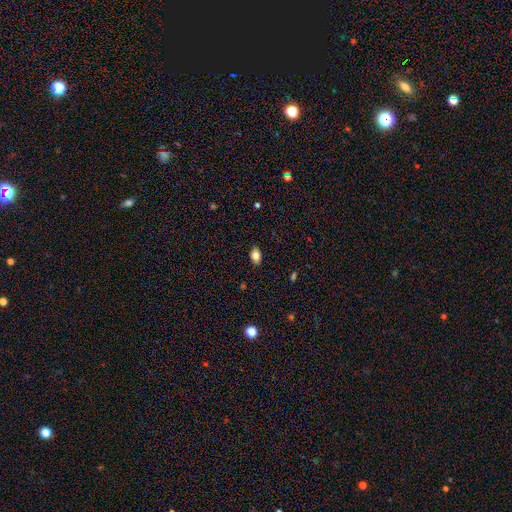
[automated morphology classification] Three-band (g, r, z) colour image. It shows a smooth galaxy with no disk features (82%) that is in between round and cigar-shaped (85%). Merging: none (87%).